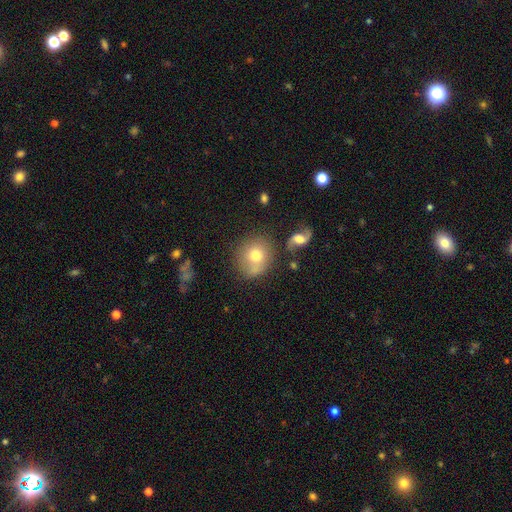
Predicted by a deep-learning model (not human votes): This appears to be a smooth galaxy with no disk features (71%) that is round (80%). Merging: none (64%).